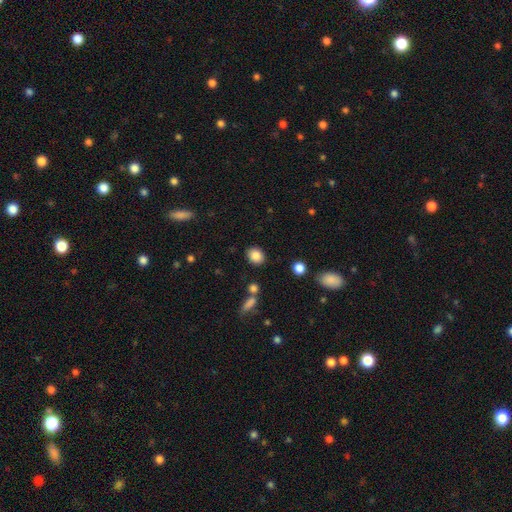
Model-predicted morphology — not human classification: A smooth galaxy with no disk features (85%) that is round (54%).

Vote fractions:
- Smooth or featured? smooth: 85% / star or artifact: 9% / featured or disk: 5%
- How rounded? round: 54% / in between: 45% / cigar-shaped: 1%
- Merging? none: 85% / minor disturbance: 9% / merger: 4% / major disturbance: 3%